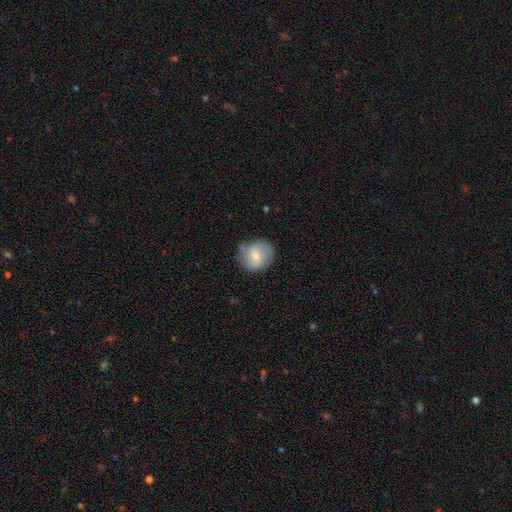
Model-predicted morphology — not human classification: Overall: smooth (50%; featured or disk 43%). Merging: none (69%).